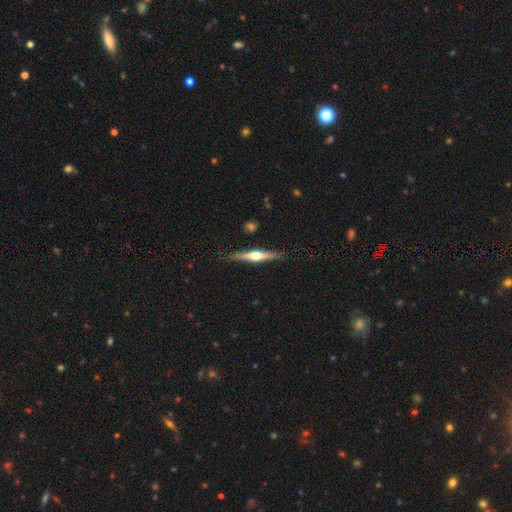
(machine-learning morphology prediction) smooth-or-featured: featured or disk: 66% | smooth: 29% | star or artifact: 5%
  disk-edge-on: yes: 97% | no: 3%
    edge-on-bulge: rounded: 92% | boxy: 4% | none: 4%
  merging: none: 86% | minor disturbance: 10% | major disturbance: 2% | merger: 2%